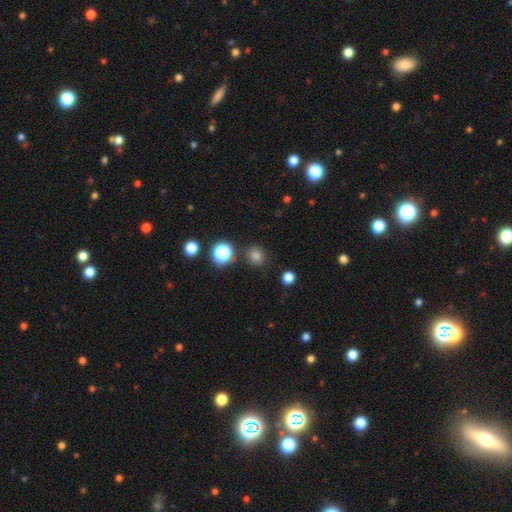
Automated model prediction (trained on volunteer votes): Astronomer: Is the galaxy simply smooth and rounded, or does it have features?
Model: smooth — 75%.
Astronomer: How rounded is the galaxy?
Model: round — 85%.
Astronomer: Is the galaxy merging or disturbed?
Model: none — 86%.